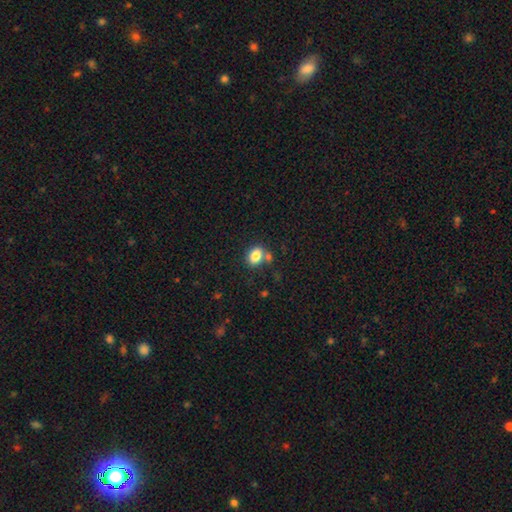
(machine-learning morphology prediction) Smooth or featured? smooth (83%)
How rounded? in between (67%)
Merging? none (66%)